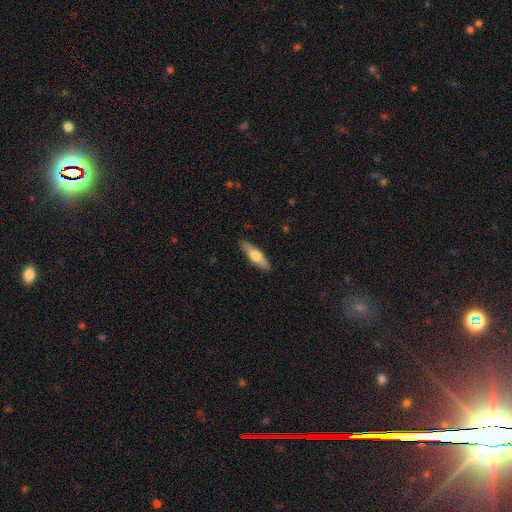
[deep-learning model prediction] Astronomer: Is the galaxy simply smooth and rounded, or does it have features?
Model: smooth — 57% (runner-up: featured or disk, 37%).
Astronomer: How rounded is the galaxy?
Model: cigar-shaped — 62%.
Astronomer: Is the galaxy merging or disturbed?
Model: none — 88%.